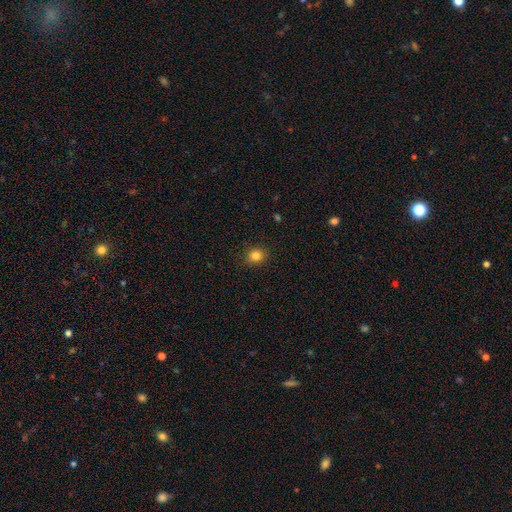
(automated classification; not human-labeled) Q: Smooth or featured?
A: smooth (83%); runner-up: star or artifact (12%)
Q: How rounded?
A: round (78%); runner-up: in between (21%)
Q: Merging?
A: none (89%); runner-up: minor disturbance (8%)